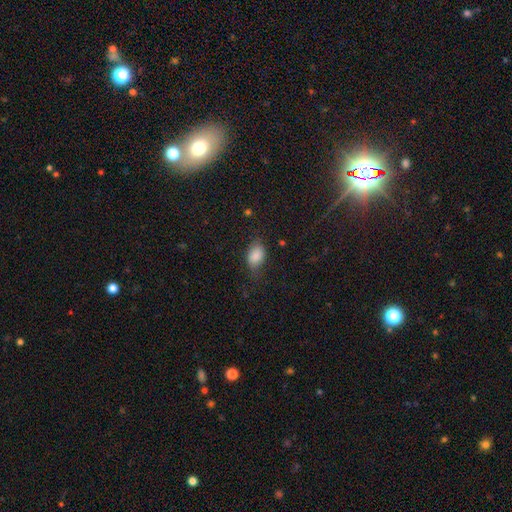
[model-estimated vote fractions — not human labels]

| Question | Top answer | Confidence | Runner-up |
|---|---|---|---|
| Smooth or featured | smooth | 86% | star or artifact (8%) |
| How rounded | in between | 85% | round (13%) |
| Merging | none | 66% | minor disturbance (24%) |